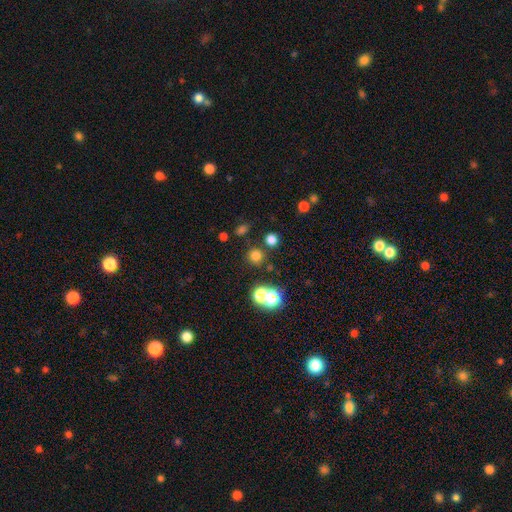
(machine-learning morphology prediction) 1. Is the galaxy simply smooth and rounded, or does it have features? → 71% smooth, 22% star or artifact, 7% featured or disk.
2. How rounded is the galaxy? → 92% round, 7% in between, 1% cigar-shaped.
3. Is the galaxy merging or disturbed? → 78% none, 11% merger, 7% minor disturbance, 4% major disturbance.